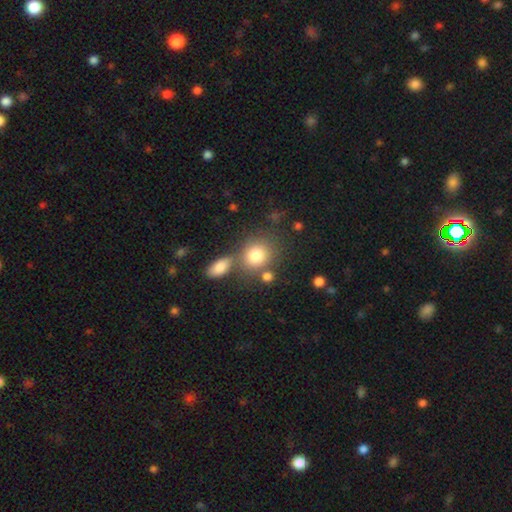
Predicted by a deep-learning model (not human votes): smooth 79%, star or artifact 11%, featured or disk 10%. Down the decision tree: how rounded — round (73%); merging — none (58%).